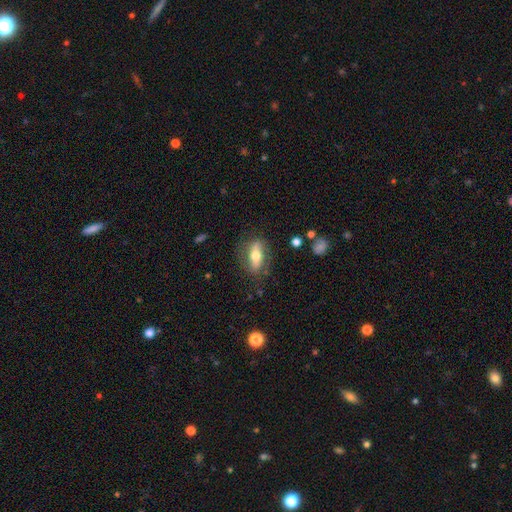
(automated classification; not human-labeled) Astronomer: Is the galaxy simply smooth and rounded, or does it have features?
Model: smooth — 47% (runner-up: featured or disk, 46%).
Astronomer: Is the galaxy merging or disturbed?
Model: none — 75%.